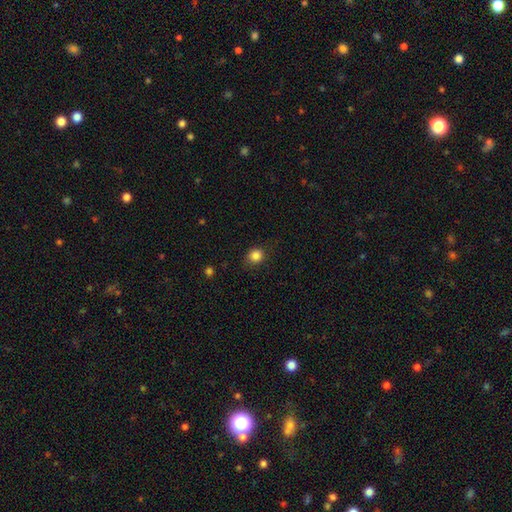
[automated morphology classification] smooth-or-featured: smooth: 84% | star or artifact: 11% | featured or disk: 4%
  how-rounded: round: 81% | in between: 18% | cigar-shaped: 1%
  merging: none: 83% | minor disturbance: 12% | major disturbance: 3% | merger: 1%